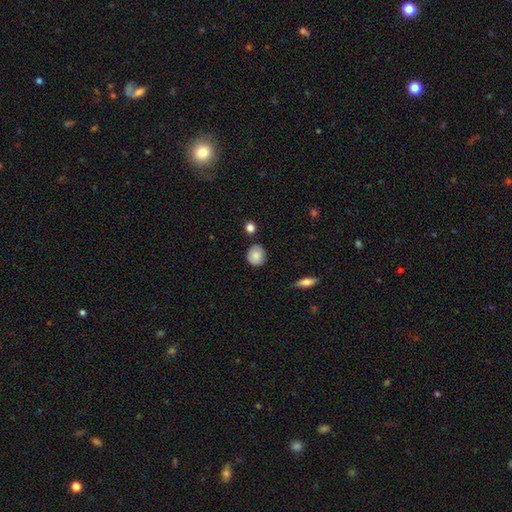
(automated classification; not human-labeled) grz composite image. It shows a smooth galaxy with no disk features (84%) that is round (77%). Merging: none (81%).